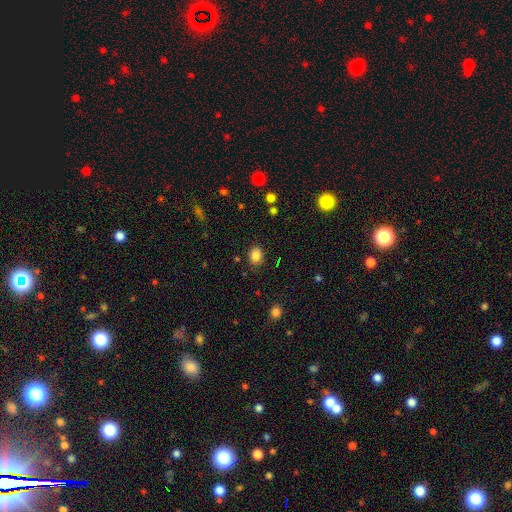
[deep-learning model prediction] This is clearly a smooth galaxy (84%). How rounded: possibly in between (51%). Merging: clearly none (83%).